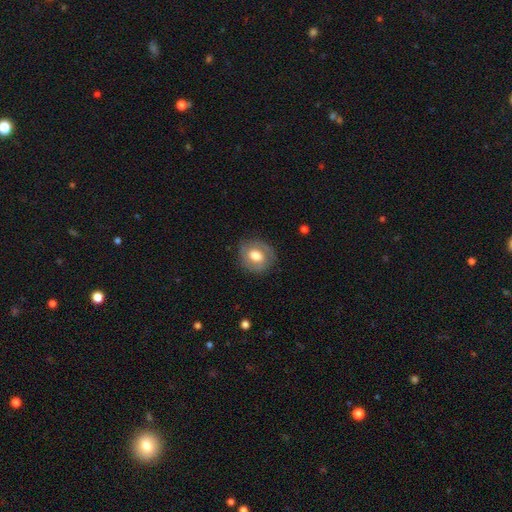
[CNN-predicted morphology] The model was most divided on "smooth or featured": smooth: 59%, featured or disk: 34%, star or artifact: 7%. More confident: merging — none (79%); how rounded — round (67%).